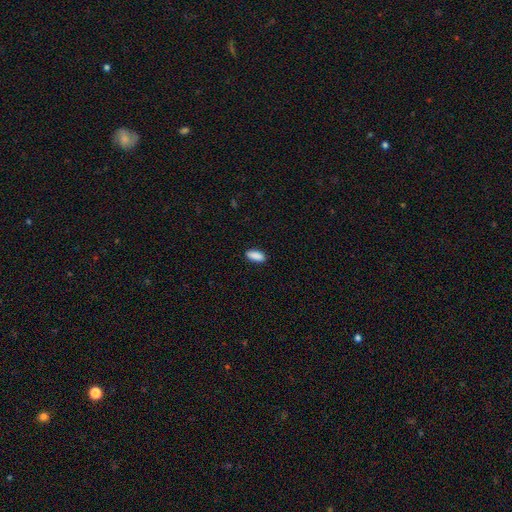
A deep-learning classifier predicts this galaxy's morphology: This is clearly a smooth galaxy (90%). How rounded: clearly in between (80%). Merging: clearly none (88%).